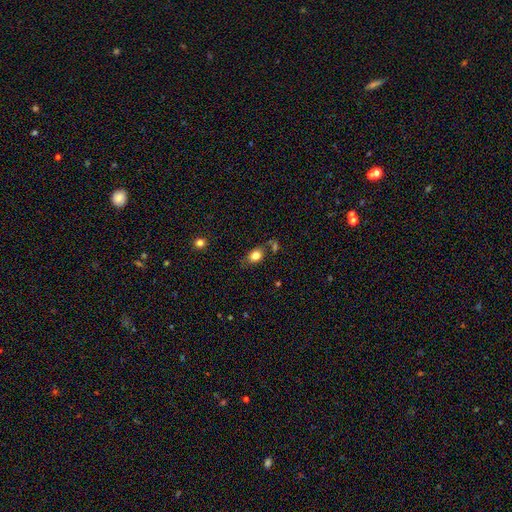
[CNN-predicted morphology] Overall: smooth (81%). How rounded: in between (65%; round 33%). Merging: none (68%).